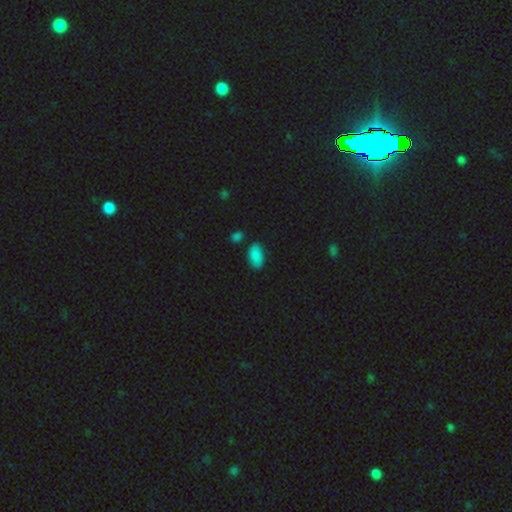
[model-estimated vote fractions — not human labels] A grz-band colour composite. It shows a smooth galaxy with no disk features (85%) that is in between round and cigar-shaped (94%). Merging: none (81%).